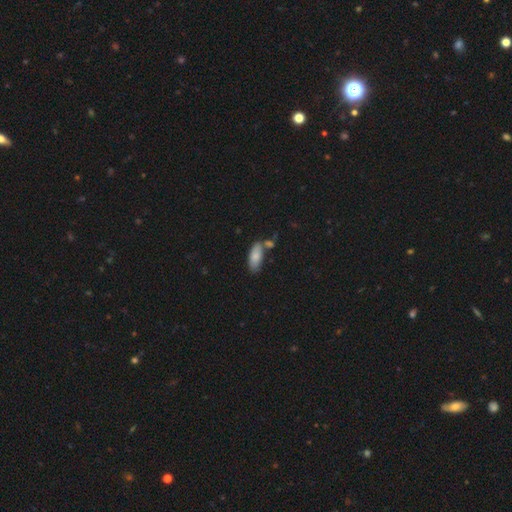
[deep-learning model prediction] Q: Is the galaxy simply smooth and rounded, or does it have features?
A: smooth — 82%.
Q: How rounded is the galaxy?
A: in between — 83%.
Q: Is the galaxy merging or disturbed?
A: none — 61%.